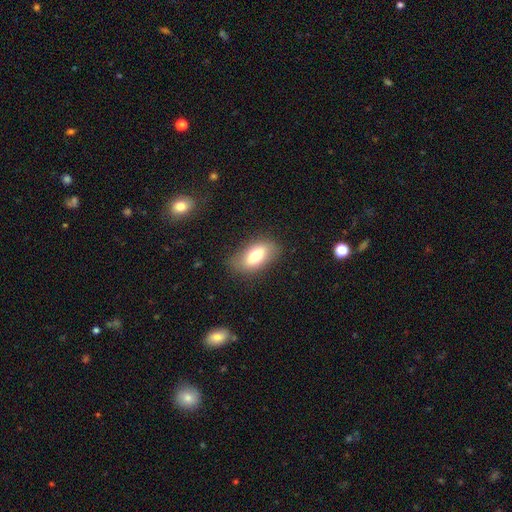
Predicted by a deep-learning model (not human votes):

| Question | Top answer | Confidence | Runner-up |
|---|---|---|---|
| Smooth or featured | smooth | 71% | featured or disk (21%) |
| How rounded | in between | 88% | cigar-shaped (7%) |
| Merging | none | 80% | minor disturbance (14%) |